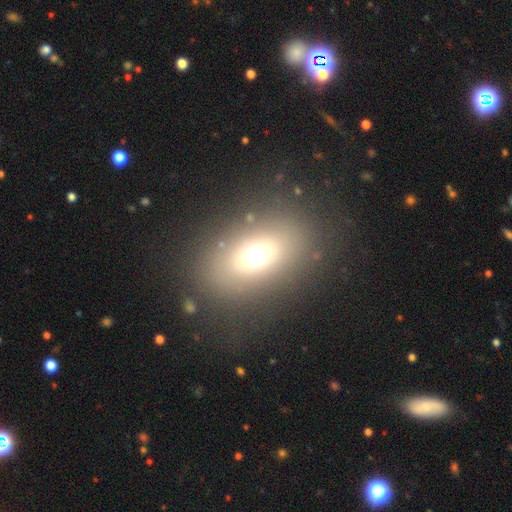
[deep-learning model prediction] Smooth or featured?
  - smooth: 65% *
  - featured or disk: 20%
  - star or artifact: 15%
How rounded?
  - in between: 75% *
  - round: 22%
  - cigar-shaped: 3%
Merging?
  - none: 81% *
  - minor disturbance: 10%
  - major disturbance: 6%
  - merger: 2%